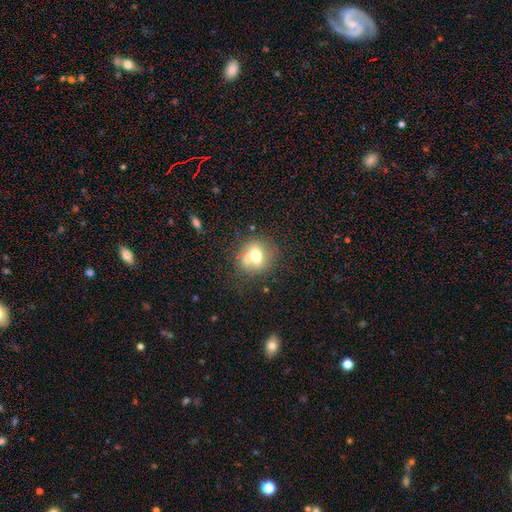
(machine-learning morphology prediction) Q: Smooth or featured?
A: smooth (63%); runner-up: featured or disk (26%)
Q: How rounded?
A: round (71%); runner-up: in between (27%)
Q: Merging?
A: none (56%); runner-up: merger (25%)